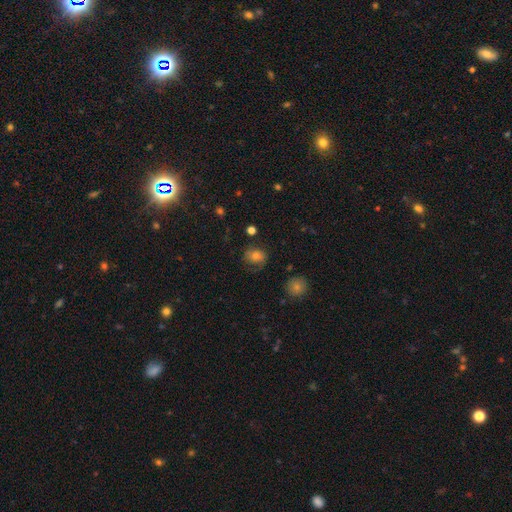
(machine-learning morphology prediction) This appears to be a smooth galaxy with no disk features (68%) that is round (59%). Merging: none (59%).